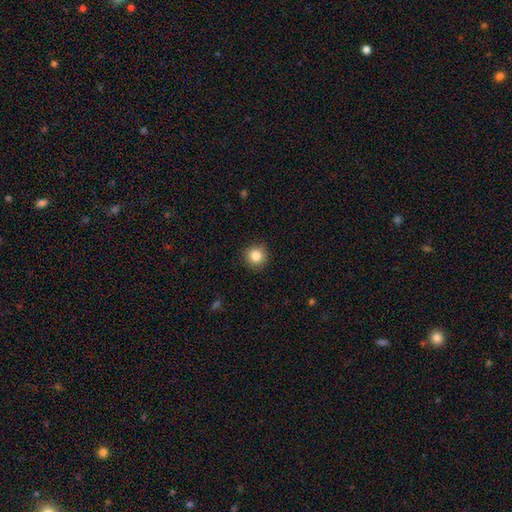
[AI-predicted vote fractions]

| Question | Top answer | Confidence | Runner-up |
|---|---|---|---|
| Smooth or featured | smooth | 84% | star or artifact (10%) |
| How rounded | round | 95% | in between (4%) |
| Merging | none | 92% | minor disturbance (6%) |